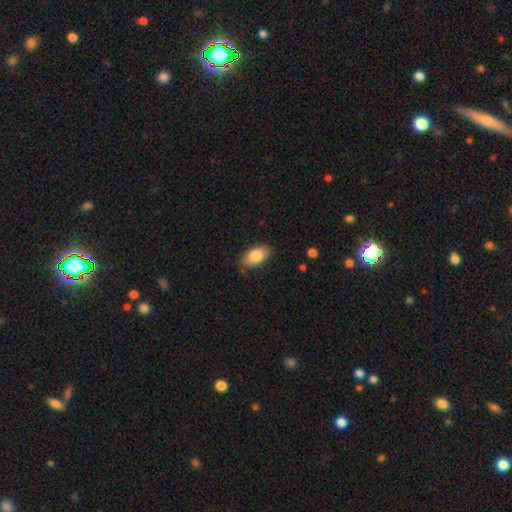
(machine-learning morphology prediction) Q: Smooth or featured?
A: smooth (83%); runner-up: featured or disk (10%)
Q: How rounded?
A: in between (93%); runner-up: round (4%)
Q: Merging?
A: none (83%); runner-up: minor disturbance (13%)